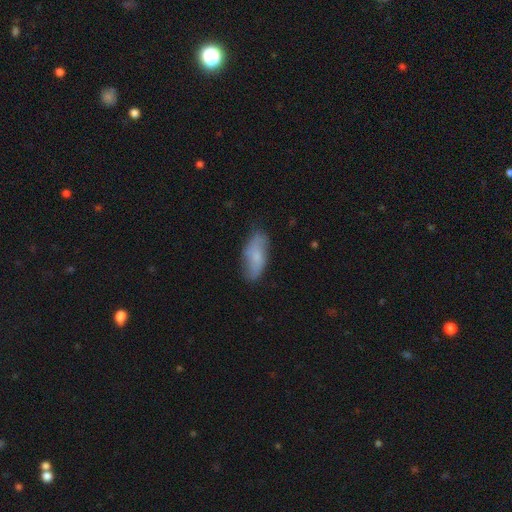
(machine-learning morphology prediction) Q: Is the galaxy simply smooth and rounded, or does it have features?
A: smooth — 64%.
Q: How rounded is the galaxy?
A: in between — 80%.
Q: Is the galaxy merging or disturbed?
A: none — 76%.